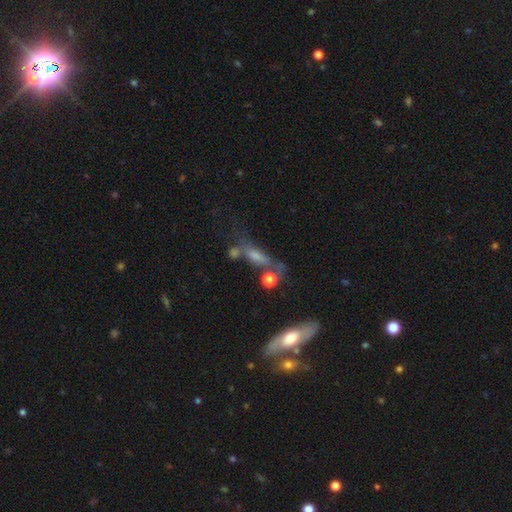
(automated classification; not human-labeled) Q: Smooth or featured?
A: featured or disk (44%); runner-up: smooth (40%)
Q: Merging?
A: none (42%); runner-up: merger (22%)